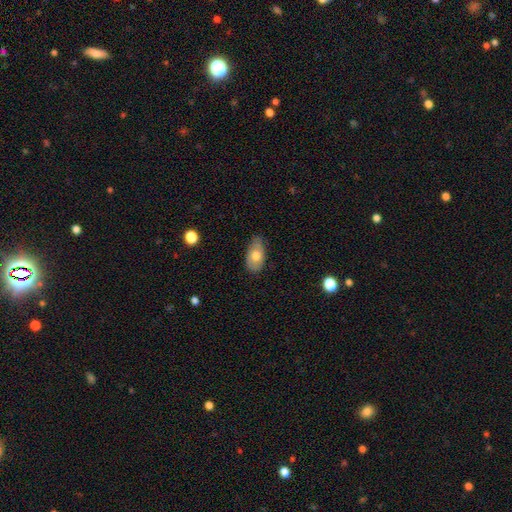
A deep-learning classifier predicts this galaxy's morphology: Smooth or featured? Predicted: smooth (p=0.69). How rounded? Predicted: in between (p=0.92). Merging? Predicted: none (p=0.67).